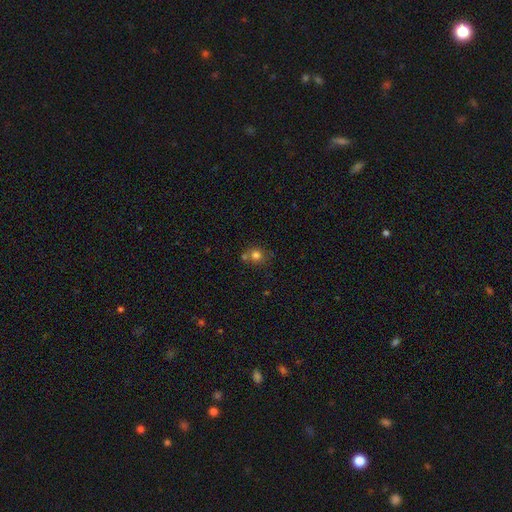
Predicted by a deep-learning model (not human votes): Smooth or featured?
  - smooth: 78% *
  - star or artifact: 13%
  - featured or disk: 9%
How rounded?
  - round: 83% *
  - in between: 16%
  - cigar-shaped: 1%
Merging?
  - none: 57% *
  - merger: 27%
  - minor disturbance: 12%
  - major disturbance: 4%